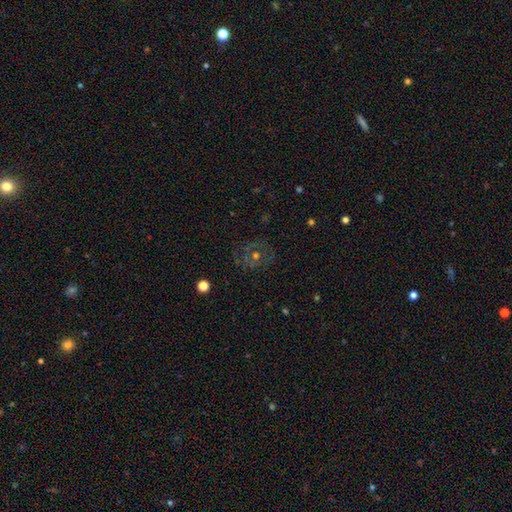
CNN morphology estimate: The model was most divided on "smooth or featured": featured or disk: 50%, smooth: 31%, star or artifact: 19%. More confident: merging — none (75%).